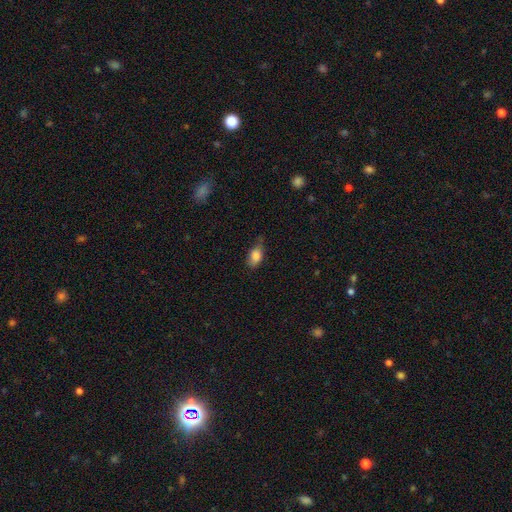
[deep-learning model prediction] smooth-or-featured: smooth: 84% | featured or disk: 8% | star or artifact: 8%
  how-rounded: in between: 87% | round: 9% | cigar-shaped: 4%
  merging: none: 54% | minor disturbance: 36% | major disturbance: 8% | merger: 2%